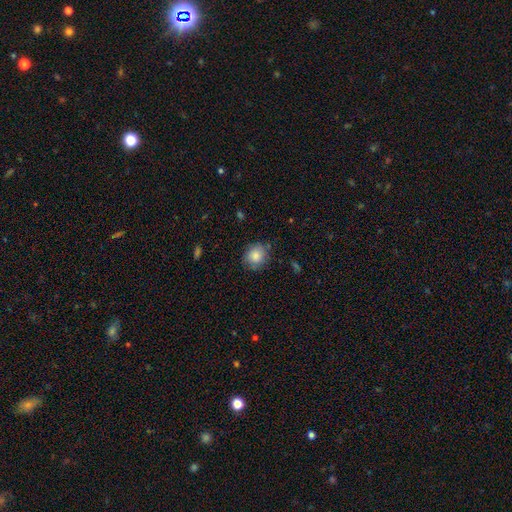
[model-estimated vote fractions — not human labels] A smooth galaxy with no disk features (85%) that is round (84%). Merging: none (81%).